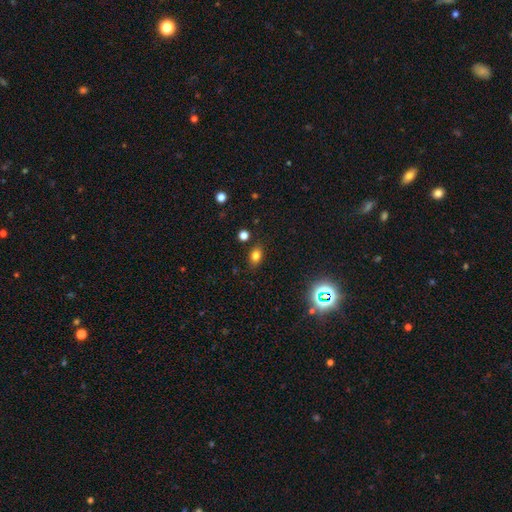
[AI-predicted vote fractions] This is likely a smooth galaxy (78%). How rounded: likely in between (75%). Merging: clearly none (83%).